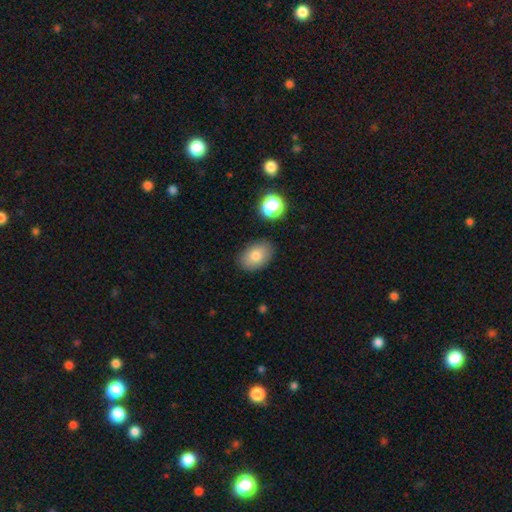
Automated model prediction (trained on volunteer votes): smooth 80%, featured or disk 11%, star or artifact 9%. Down the decision tree: how rounded — in between (84%); merging — none (85%).